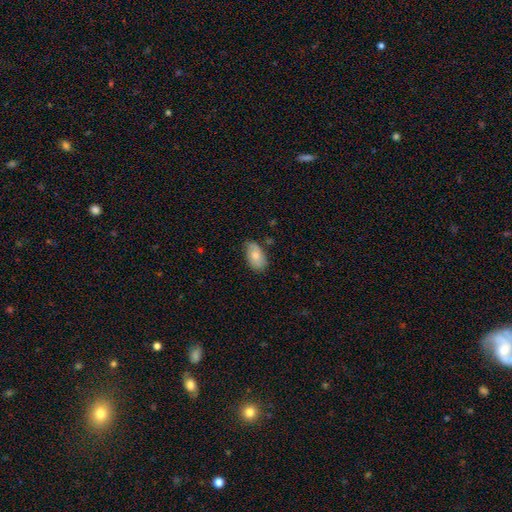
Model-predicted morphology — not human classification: Q: Smooth or featured?
A: smooth (72%); runner-up: featured or disk (21%)
Q: How rounded?
A: in between (93%); runner-up: round (5%)
Q: Merging?
A: none (69%); runner-up: minor disturbance (25%)